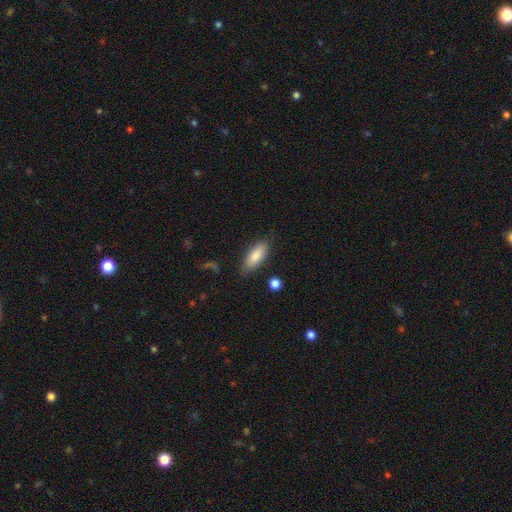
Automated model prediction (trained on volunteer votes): smooth-or-featured: smooth: 82% | featured or disk: 12% | star or artifact: 6%
  how-rounded: in between: 72% | cigar-shaped: 26% | round: 2%
  merging: none: 82% | minor disturbance: 13% | major disturbance: 3% | merger: 2%